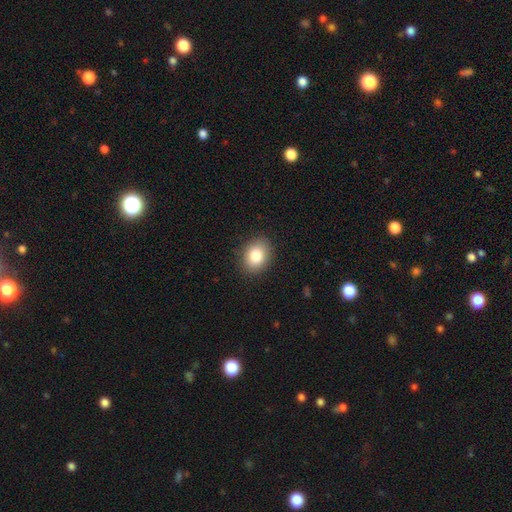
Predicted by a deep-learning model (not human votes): A smooth galaxy with no disk features (84%) that is in between round and cigar-shaped (58%).

Vote fractions:
- Smooth or featured? smooth: 84% / star or artifact: 9% / featured or disk: 8%
- How rounded? in between: 58% / round: 41% / cigar-shaped: 1%
- Merging? none: 89% / minor disturbance: 8% / major disturbance: 2% / merger: 1%